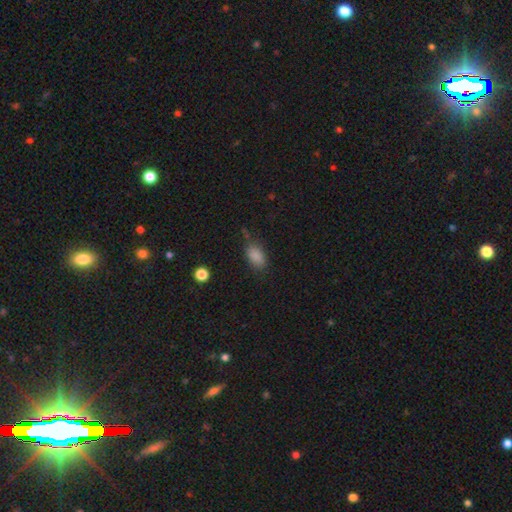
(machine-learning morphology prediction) Q: Smooth or featured?
A: smooth (86%); runner-up: star or artifact (10%)
Q: How rounded?
A: in between (90%); runner-up: round (7%)
Q: Merging?
A: none (69%); runner-up: minor disturbance (22%)